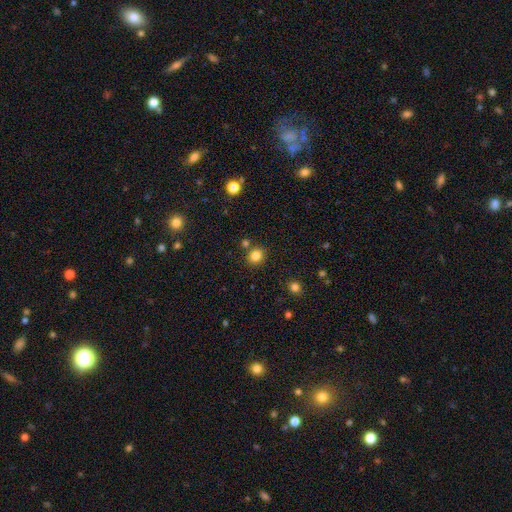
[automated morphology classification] type=smooth (82%); roundness=round (76%); merging=none (81%).